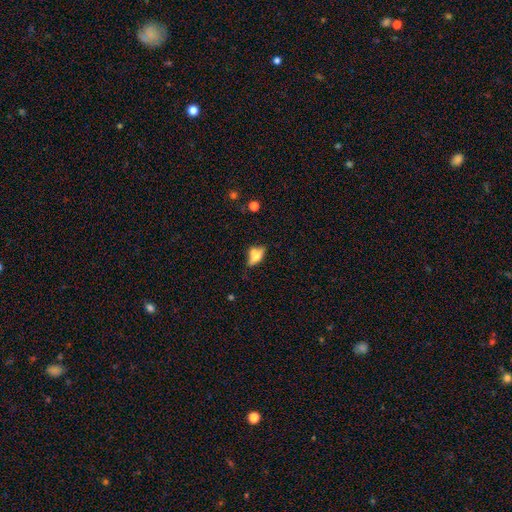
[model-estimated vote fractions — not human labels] This is possibly a smooth galaxy (53%). How rounded: likely in between (73%). Merging: marginally none (44%).